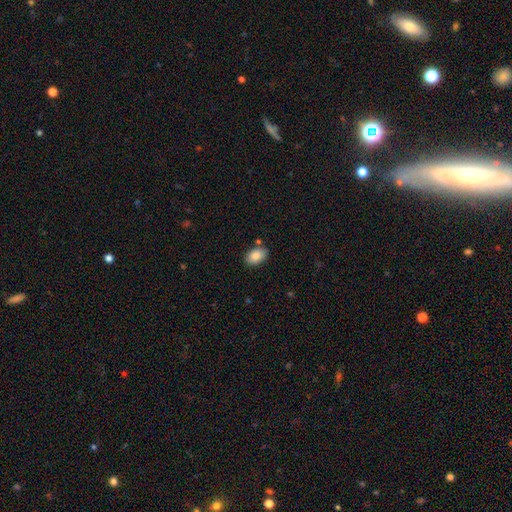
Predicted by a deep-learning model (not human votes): Overall: smooth (88%). How rounded: in between (89%). Merging: none (82%).